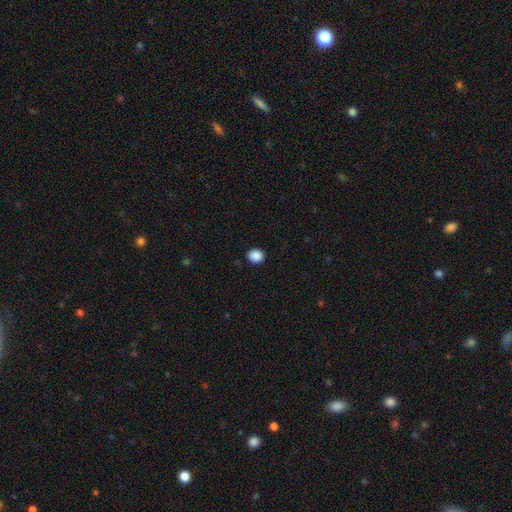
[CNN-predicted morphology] Smooth or featured?
  - smooth: 89% *
  - star or artifact: 9%
  - featured or disk: 2%
How rounded?
  - round: 70% *
  - in between: 29%
  - cigar-shaped: 1%
Merging?
  - none: 91% *
  - minor disturbance: 7%
  - major disturbance: 2%
  - merger: 1%